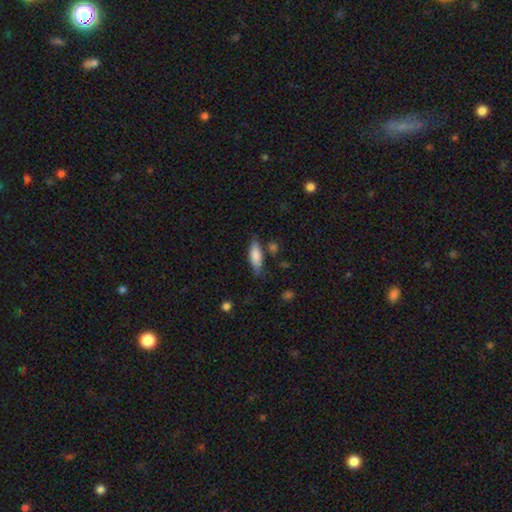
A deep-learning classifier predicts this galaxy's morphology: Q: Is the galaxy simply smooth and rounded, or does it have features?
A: smooth — 80%.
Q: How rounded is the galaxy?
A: in between — 56%.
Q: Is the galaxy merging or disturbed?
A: none — 75%.